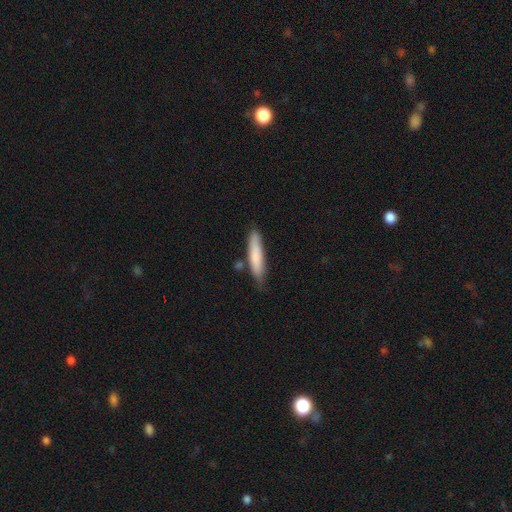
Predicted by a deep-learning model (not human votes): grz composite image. It shows a smooth galaxy with no disk features (78%) that is cigar-shaped (85%). Merging: none (74%).